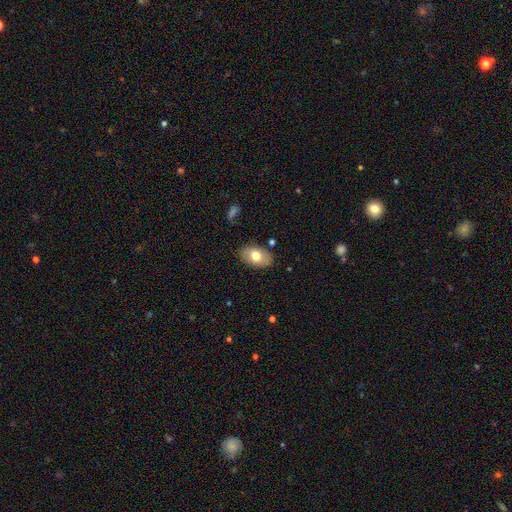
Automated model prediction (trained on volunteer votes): A smooth galaxy with no disk features (71%) that is in between round and cigar-shaped (89%).

Vote fractions:
- Smooth or featured? smooth: 71% / featured or disk: 21% / star or artifact: 7%
- How rounded? in between: 89% / round: 10% / cigar-shaped: 1%
- Merging? none: 84% / minor disturbance: 12% / major disturbance: 3% / merger: 2%